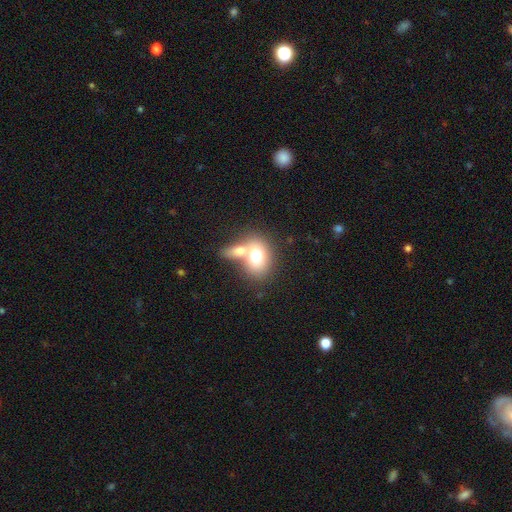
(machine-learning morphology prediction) smooth-or-featured: smooth: 71% | featured or disk: 21% | star or artifact: 9%
  how-rounded: in between: 67% | round: 31% | cigar-shaped: 2%
  merging: merger: 57% | none: 30% | minor disturbance: 9% | major disturbance: 5%